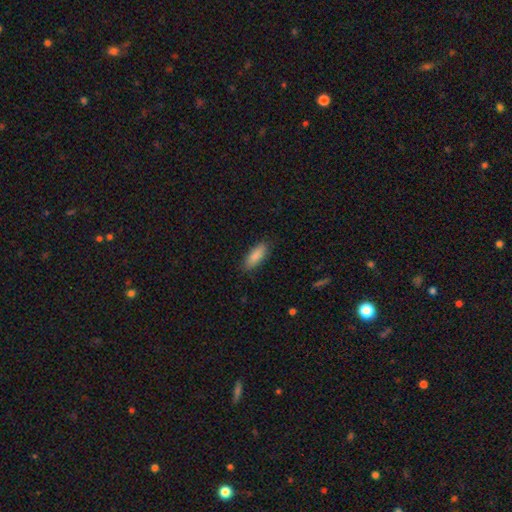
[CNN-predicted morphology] Q: Smooth or featured?
A: smooth (88%); runner-up: featured or disk (6%)
Q: How rounded?
A: in between (66%); runner-up: cigar-shaped (32%)
Q: Merging?
A: none (86%); runner-up: minor disturbance (11%)